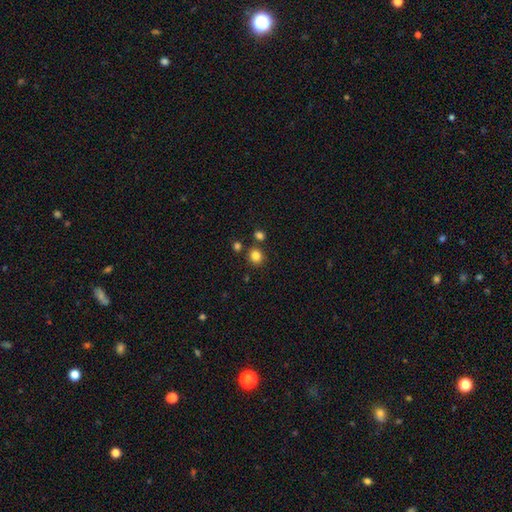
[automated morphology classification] This is clearly a smooth galaxy (83%). How rounded: clearly round (81%). Merging: clearly none (80%).